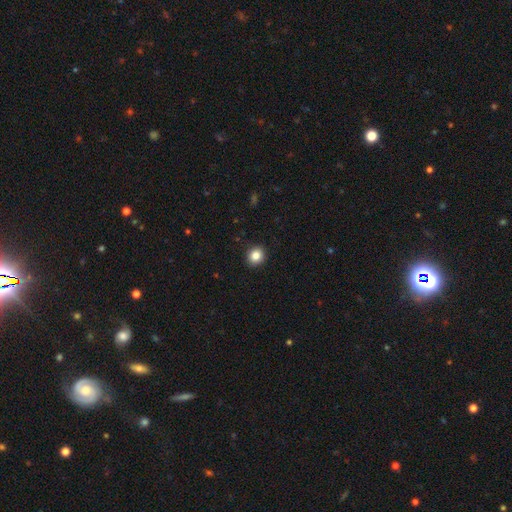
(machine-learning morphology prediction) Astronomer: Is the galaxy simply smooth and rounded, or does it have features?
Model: smooth — 84%.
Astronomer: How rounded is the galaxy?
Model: round — 84%.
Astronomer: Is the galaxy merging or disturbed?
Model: none — 92%.